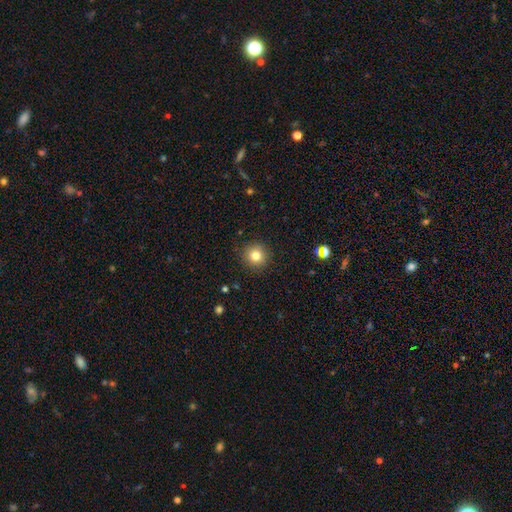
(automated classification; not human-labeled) smooth-or-featured: smooth: 81% | star or artifact: 12% | featured or disk: 7%
  how-rounded: round: 93% | in between: 6% | cigar-shaped: 1%
  merging: none: 90% | minor disturbance: 6% | major disturbance: 2% | merger: 1%